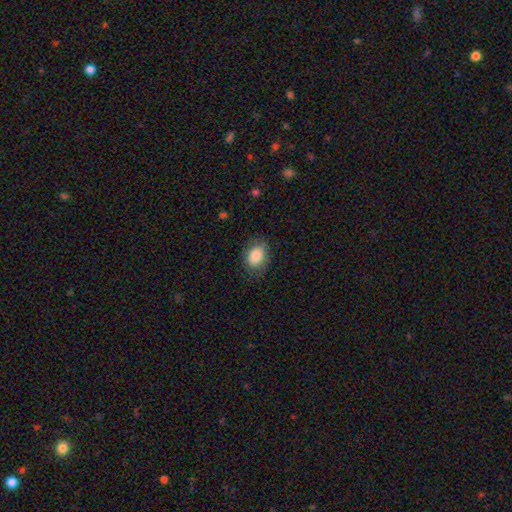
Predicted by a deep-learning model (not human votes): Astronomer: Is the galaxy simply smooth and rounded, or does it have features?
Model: smooth — 83%.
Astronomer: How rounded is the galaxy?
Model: in between — 75%.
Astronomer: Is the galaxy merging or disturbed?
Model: none — 76%.